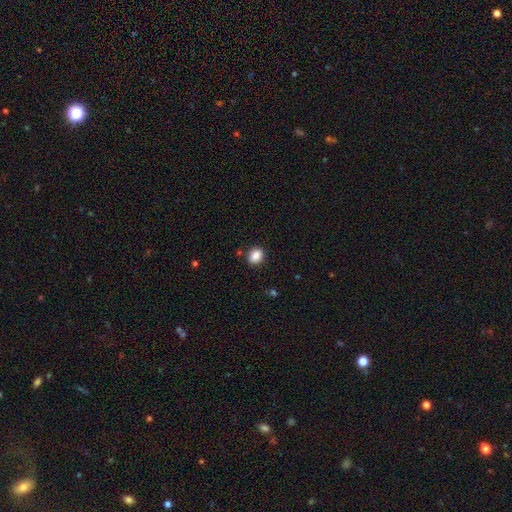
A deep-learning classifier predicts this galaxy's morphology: smooth 87%, star or artifact 9%, featured or disk 4%. Down the decision tree: how rounded — in between (59%); merging — none (86%).